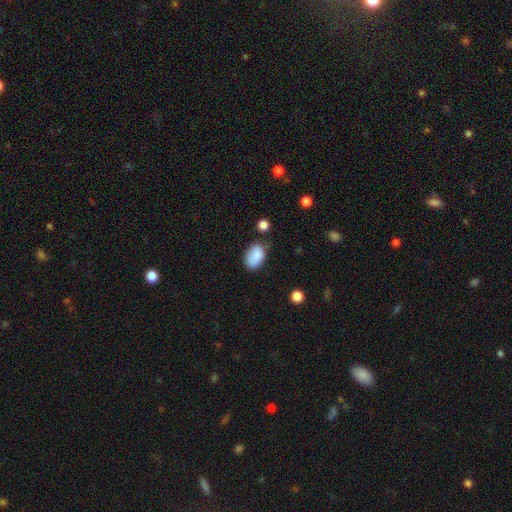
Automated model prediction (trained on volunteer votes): Morphology: type=smooth (86%); roundness=in between (87%); merging=none (61%).